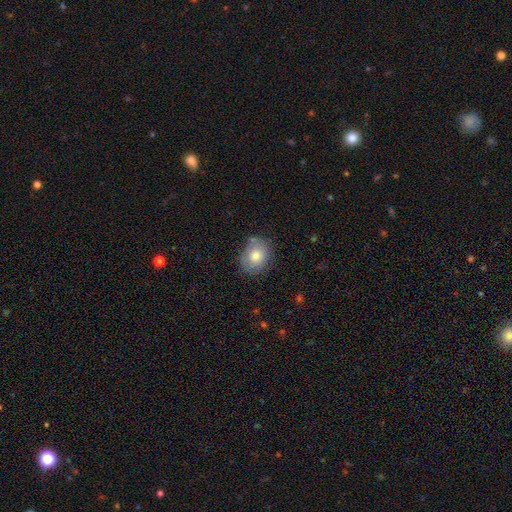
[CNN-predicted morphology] Smooth or featured?
  - smooth: 76% *
  - featured or disk: 16%
  - star or artifact: 9%
How rounded?
  - in between: 51% *
  - round: 48%
  - cigar-shaped: 1%
Merging?
  - none: 72% *
  - minor disturbance: 21%
  - major disturbance: 5%
  - merger: 3%